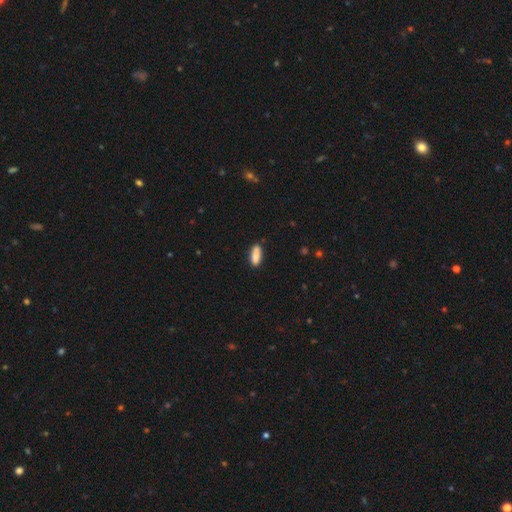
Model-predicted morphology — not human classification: This is clearly a smooth galaxy (88%). How rounded: likely in between (67%). Merging: clearly none (83%).